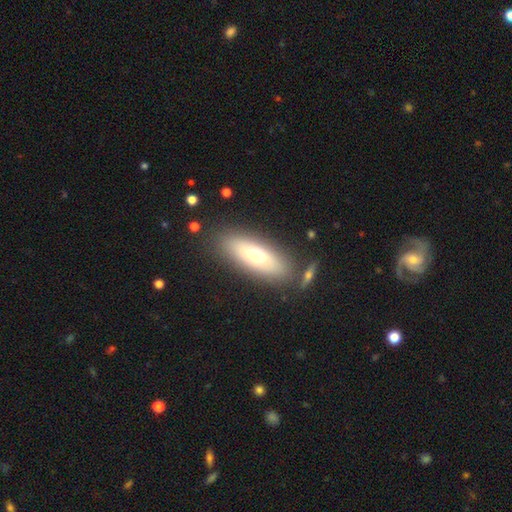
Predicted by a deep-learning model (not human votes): Smooth or featured: smooth — 63% (featured or disk — 30%)
How rounded: in between — 69% (cigar-shaped — 29%)
Merging: none — 79% (minor disturbance — 11%)